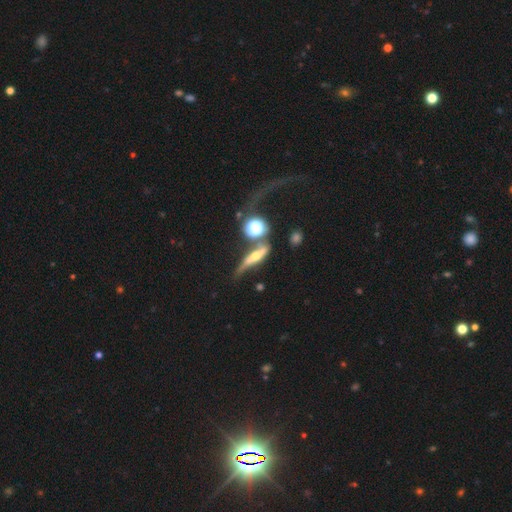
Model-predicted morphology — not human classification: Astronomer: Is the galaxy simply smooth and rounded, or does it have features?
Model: featured or disk — 58%.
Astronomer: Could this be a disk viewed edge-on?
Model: yes — 68%.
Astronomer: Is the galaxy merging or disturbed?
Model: none — 38% (runner-up: minor disturbance, 22%).